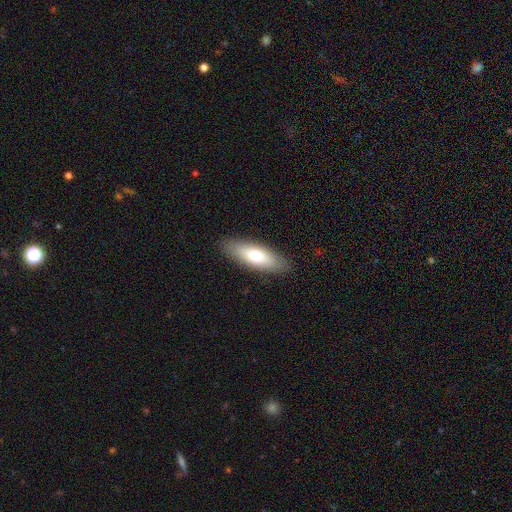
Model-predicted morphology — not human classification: This is likely a smooth galaxy (70%). How rounded: likely in between (61%). Merging: clearly none (88%).